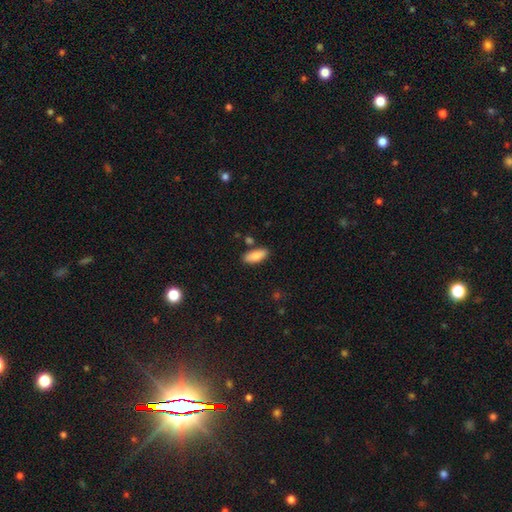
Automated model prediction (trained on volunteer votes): smooth-or-featured: smooth: 85% | featured or disk: 8% | star or artifact: 6%
  how-rounded: in between: 80% | cigar-shaped: 18% | round: 2%
  merging: none: 82% | minor disturbance: 11% | merger: 5% | major disturbance: 2%